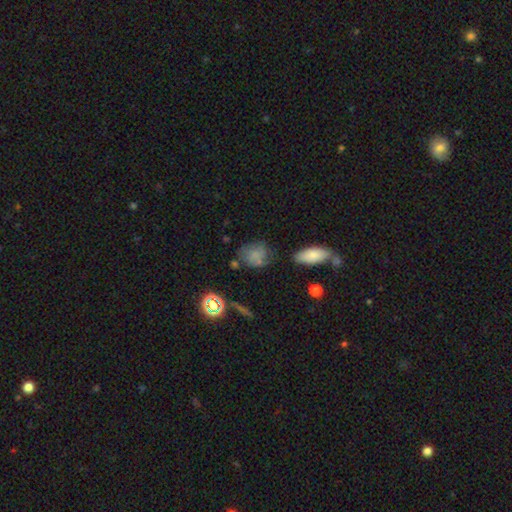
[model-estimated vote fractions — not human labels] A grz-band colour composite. It shows a smooth galaxy with no disk features (68%) that is round (57%). Merging: none (53%).